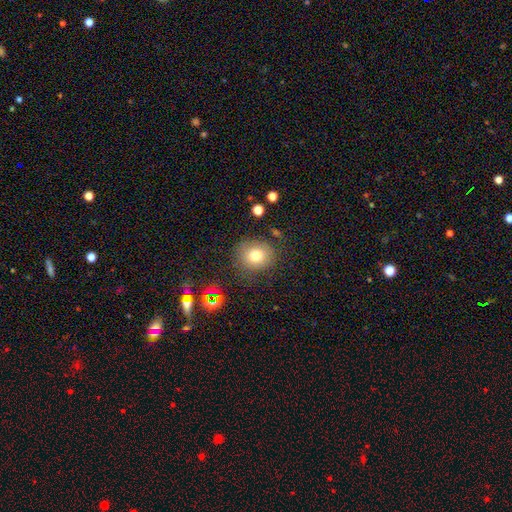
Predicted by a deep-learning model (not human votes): Morphology: type=smooth (77%); roundness=round (81%); merging=none (78%).